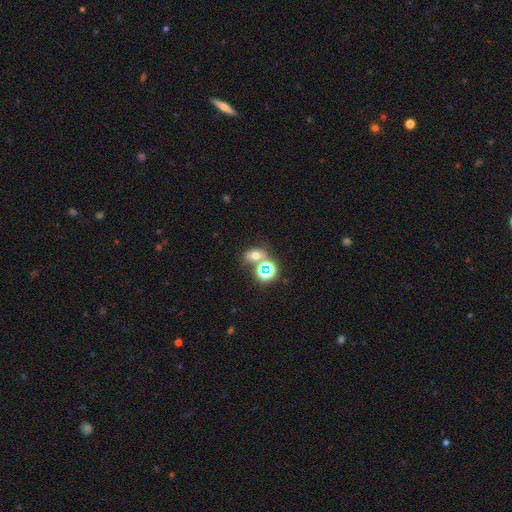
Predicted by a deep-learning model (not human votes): smooth_or_featured: smooth (p=0.54) [alt: star or artifact p=0.29]
how_rounded: in between (p=0.58) [alt: round p=0.40]
merging: none (p=0.53) [alt: merger p=0.29]